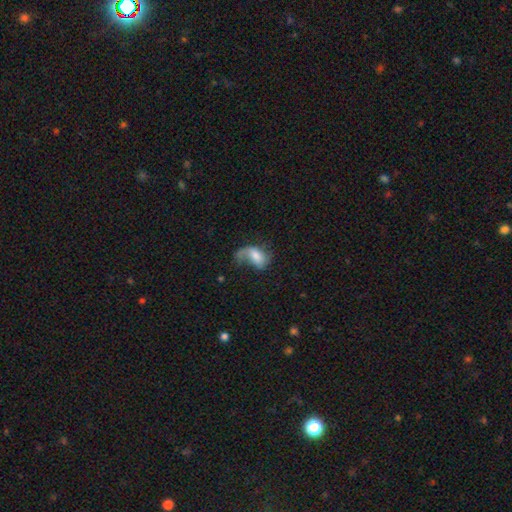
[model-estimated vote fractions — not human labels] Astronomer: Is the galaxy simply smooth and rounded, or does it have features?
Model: smooth — 47% (runner-up: featured or disk, 45%).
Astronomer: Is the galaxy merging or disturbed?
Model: major disturbance — 46% (runner-up: none, 27%).